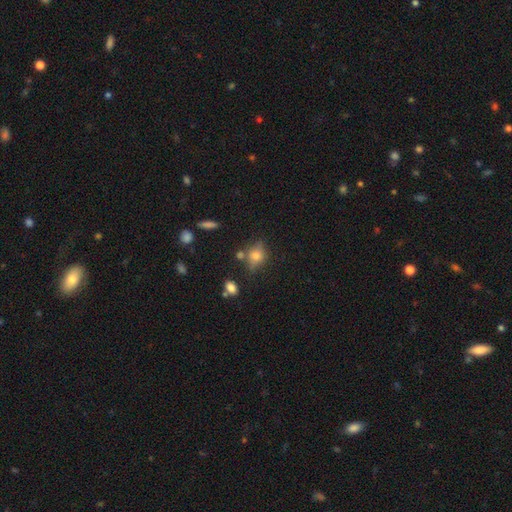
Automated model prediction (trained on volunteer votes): The model was most divided on "how rounded": round: 54%, in between: 43%, cigar-shaped: 3%. More confident: smooth or featured — smooth (68%); merging — none (65%).